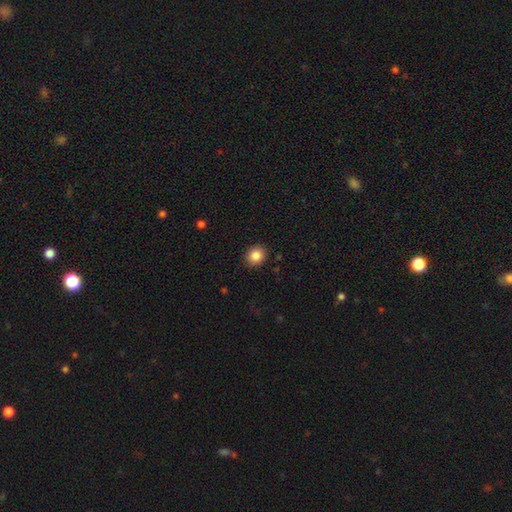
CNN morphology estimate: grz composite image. It shows a smooth galaxy with no disk features (86%) that is round (75%). Merging: none (90%).